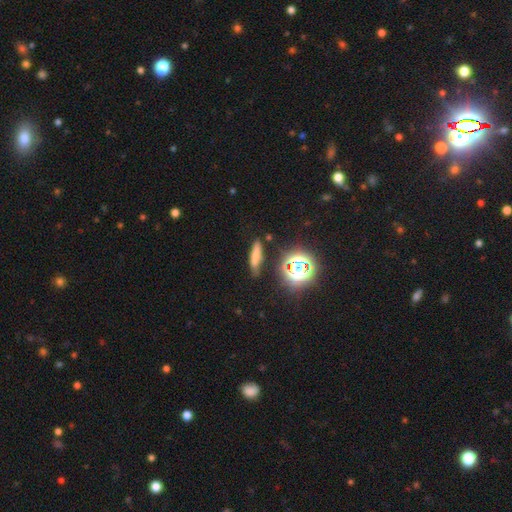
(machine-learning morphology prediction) type=smooth (63%); roundness=cigar-shaped (75%); merging=none (75%).